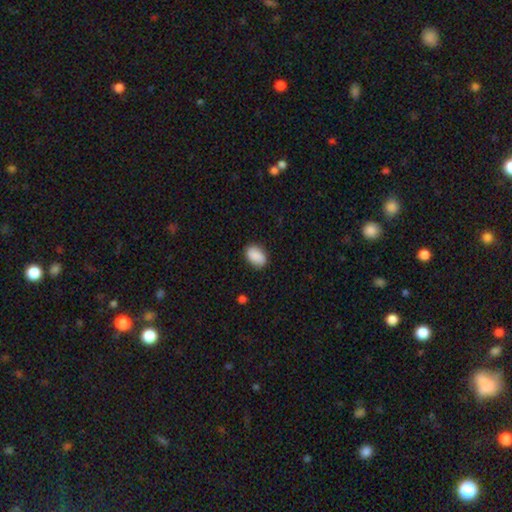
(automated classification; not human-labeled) This appears to be a smooth galaxy with no disk features (89%) that is in between round and cigar-shaped (85%). Merging: none (84%).